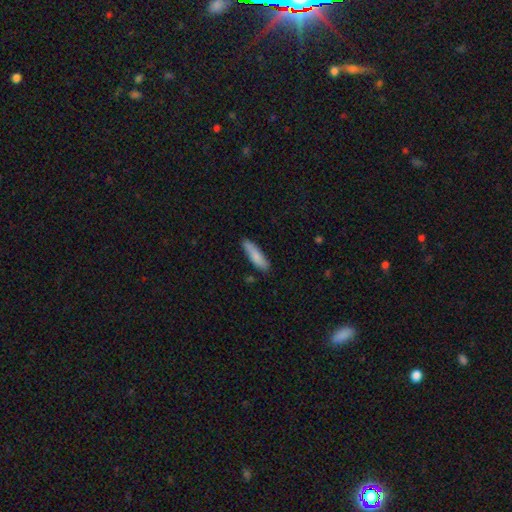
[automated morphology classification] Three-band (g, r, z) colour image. It shows a smooth galaxy with no disk features (82%) that is cigar-shaped (65%). Merging: none (78%).